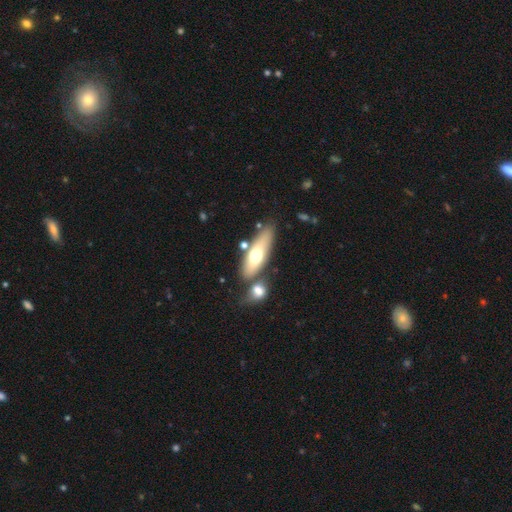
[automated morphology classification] type=smooth (58%); roundness=in between (52%); merging=none (63%).